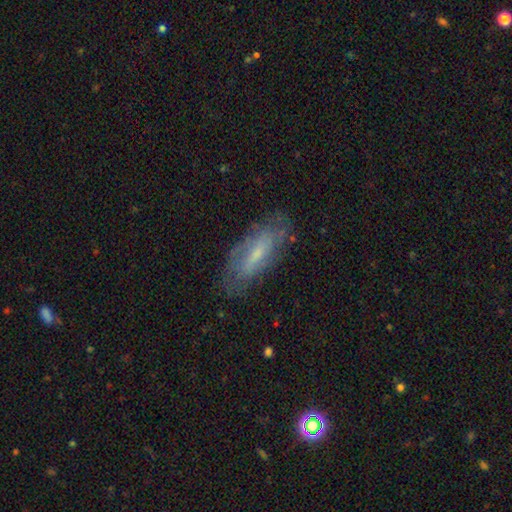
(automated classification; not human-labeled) Morphology: type=featured or disk (53%); edge-on=no (77%); merging=none (73%).